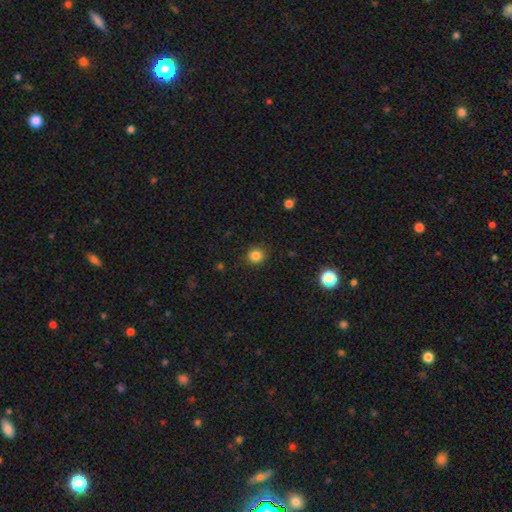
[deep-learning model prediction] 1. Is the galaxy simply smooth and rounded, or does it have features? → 84% smooth, 12% star or artifact, 4% featured or disk.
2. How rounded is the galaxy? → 91% round, 8% in between, 1% cigar-shaped.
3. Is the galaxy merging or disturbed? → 91% none, 6% minor disturbance, 2% major disturbance, 1% merger.